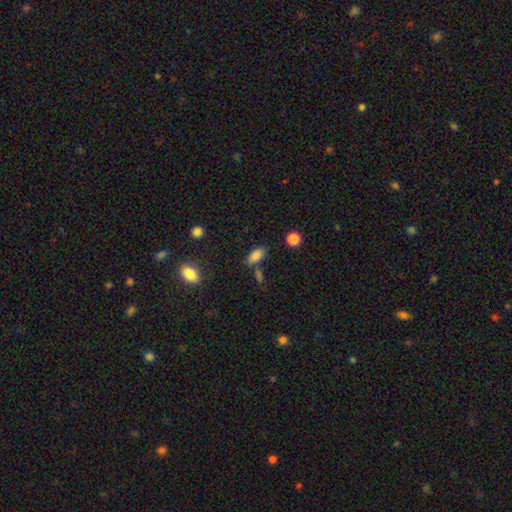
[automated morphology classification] smooth 83%, star or artifact 9%, featured or disk 8%. Down the decision tree: how rounded — in between (84%); merging — none (70%).